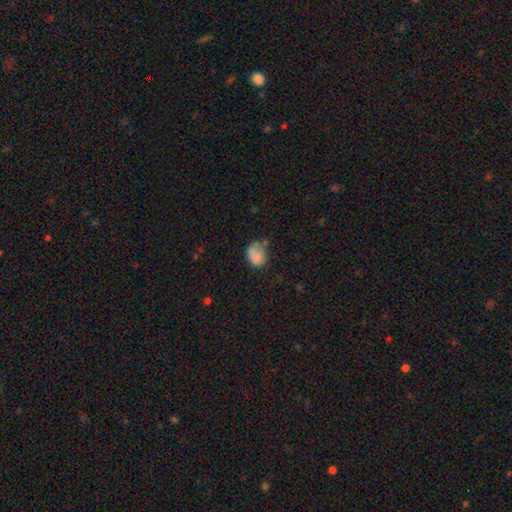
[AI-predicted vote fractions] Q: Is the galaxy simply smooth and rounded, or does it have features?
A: smooth — 75%.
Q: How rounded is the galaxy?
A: in between — 60%.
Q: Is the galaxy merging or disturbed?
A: none — 39%.